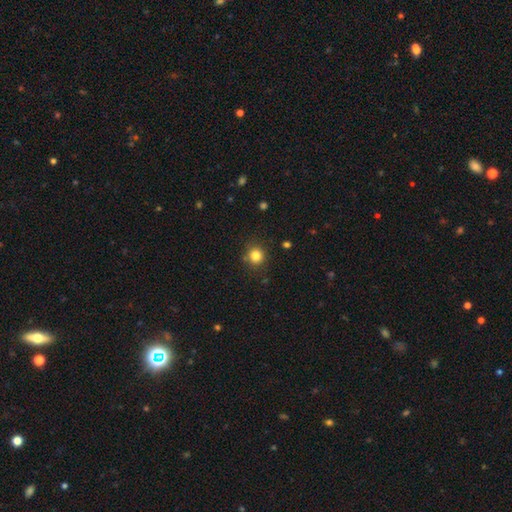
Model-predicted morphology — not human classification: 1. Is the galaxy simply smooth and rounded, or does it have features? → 83% smooth, 12% star or artifact, 5% featured or disk.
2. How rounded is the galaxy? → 91% round, 9% in between, 1% cigar-shaped.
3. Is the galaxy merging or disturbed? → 85% none, 10% minor disturbance, 3% major disturbance, 3% merger.